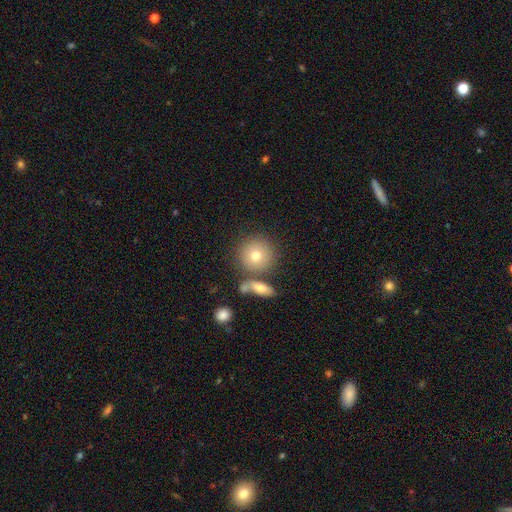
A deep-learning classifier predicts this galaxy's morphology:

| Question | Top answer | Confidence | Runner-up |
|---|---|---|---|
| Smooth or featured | smooth | 74% | featured or disk (16%) |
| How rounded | round | 92% | in between (7%) |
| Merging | none | 73% | merger (14%) |